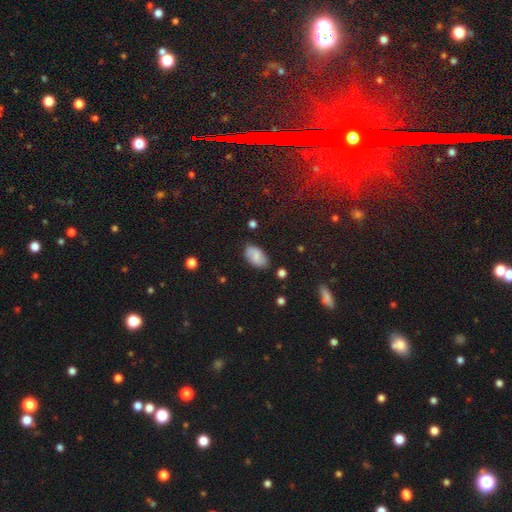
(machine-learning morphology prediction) smooth_or_featured: smooth (p=0.71) [alt: featured or disk p=0.21]
how_rounded: in between (p=0.93) [alt: round p=0.05]
merging: none (p=0.78) [alt: minor disturbance p=0.16]